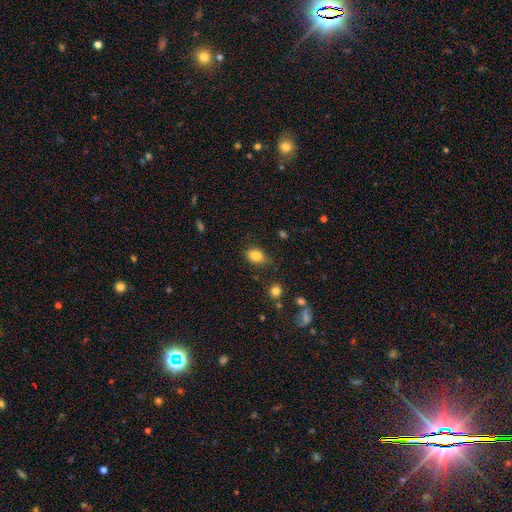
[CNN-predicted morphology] This appears to be a smooth galaxy with no disk features (82%) that is in between round and cigar-shaped (71%). Merging: none (69%).